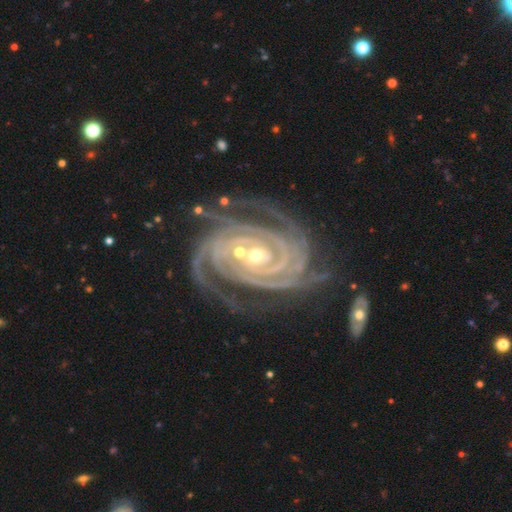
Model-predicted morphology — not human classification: Smooth or featured?
  - featured or disk: 94% *
  - star or artifact: 4%
  - smooth: 2%
Edge-on disk?
  - no: 98% *
  - yes: 2%
Bar?
  - no: 36% *
  - weak: 33%
  - strong: 31%
Spiral arms?
  - yes: 99% *
  - no: 1%
Spiral winding?
  - tight: 83% *
  - medium: 15%
  - loose: 2%
Spiral arm count?
  - 3: 30% *
  - 4: 27%
  - 2: 15%
  - more than 4: 10%
  - can't tell: 10%
  - 1: 7%
Bulge size?
  - small: 54% *
  - moderate: 43%
  - large: 2%
  - none: 1%
  - dominant: 1%
Merging?
  - none: 68% *
  - minor disturbance: 18%
  - major disturbance: 8%
  - merger: 6%